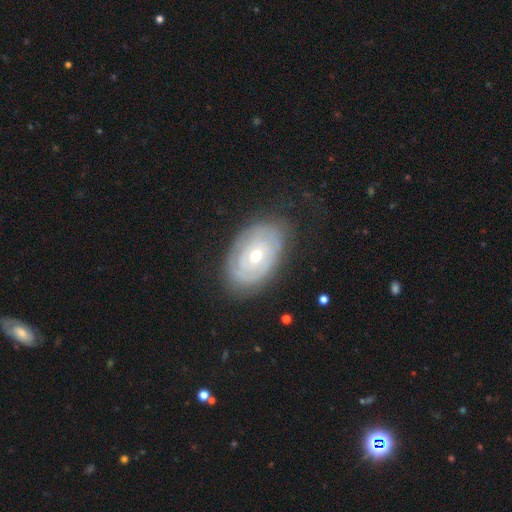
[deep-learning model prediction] Smooth or featured? featured or disk (76%)
Edge-on disk? no (94%)
Bar? no (79%)
Spiral arms? yes (75%)
Spiral winding? tight (81%)
Spiral arm count? can't tell (53%)
Bulge size? moderate (58%)
Merging? none (78%)